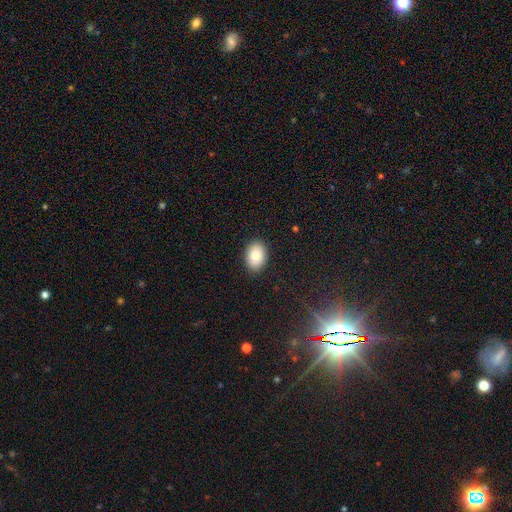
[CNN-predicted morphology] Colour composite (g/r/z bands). It shows a smooth galaxy with no disk features (86%) that is in between round and cigar-shaped (84%). Merging: none (89%).